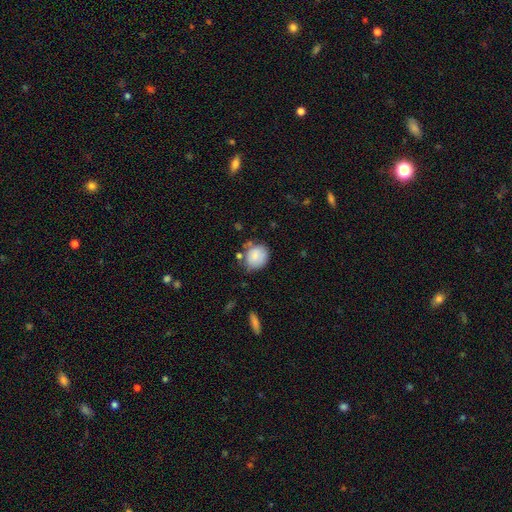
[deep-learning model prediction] A smooth galaxy with no disk features (81%) that is round (70%).

Vote fractions:
- Smooth or featured? smooth: 81% / featured or disk: 11% / star or artifact: 8%
- How rounded? round: 70% / in between: 29% / cigar-shaped: 1%
- Merging? none: 57% / minor disturbance: 28% / major disturbance: 8% / merger: 7%